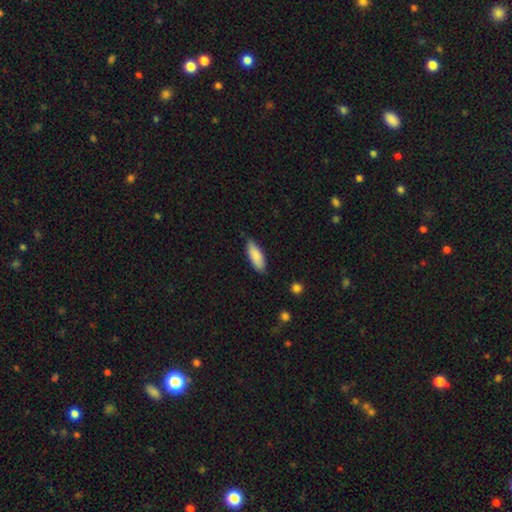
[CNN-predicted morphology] type=smooth (86%); roundness=in between (70%); merging=none (81%).